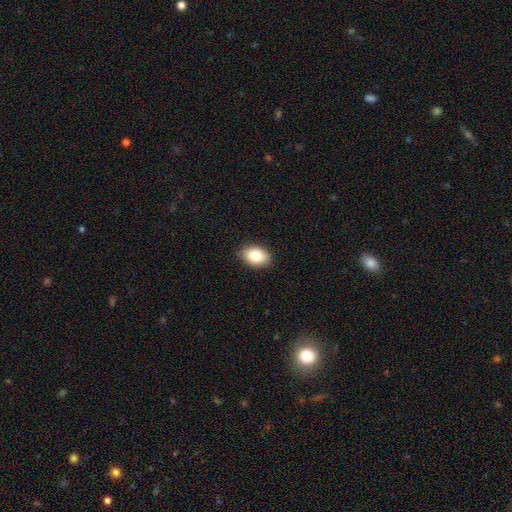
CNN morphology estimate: Smooth or featured: smooth — 84% (featured or disk — 8%)
How rounded: in between — 83% (round — 16%)
Merging: none — 86% (minor disturbance — 11%)